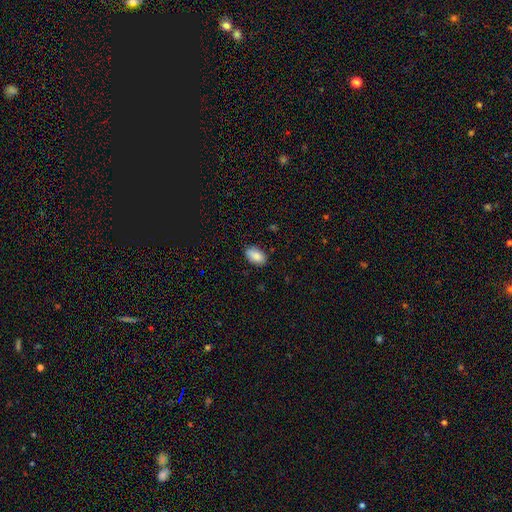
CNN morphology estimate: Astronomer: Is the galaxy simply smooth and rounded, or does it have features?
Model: smooth — 87%.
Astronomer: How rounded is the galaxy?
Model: in between — 92%.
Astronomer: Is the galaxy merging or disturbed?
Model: none — 83%.